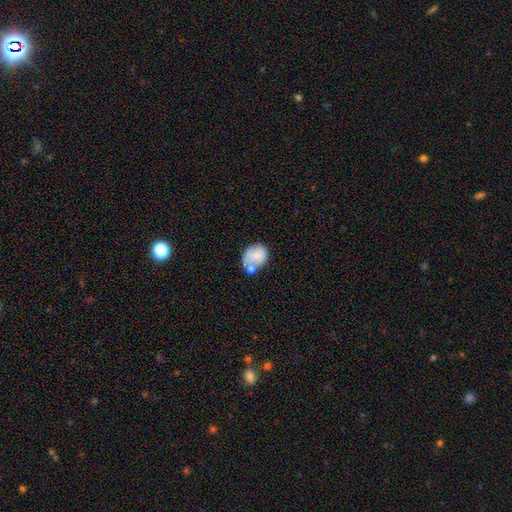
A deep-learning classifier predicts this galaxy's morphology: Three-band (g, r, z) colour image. It shows a smooth galaxy with no disk features (75%) that is round (56%). Merging: none (40%).